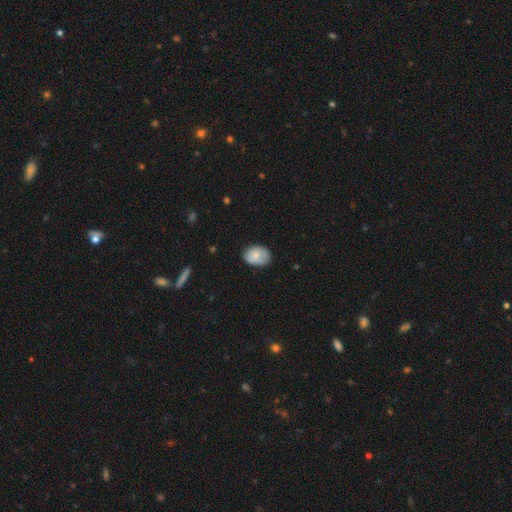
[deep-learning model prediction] Smooth or featured? smooth (76%)
How rounded? in between (72%)
Merging? none (69%)